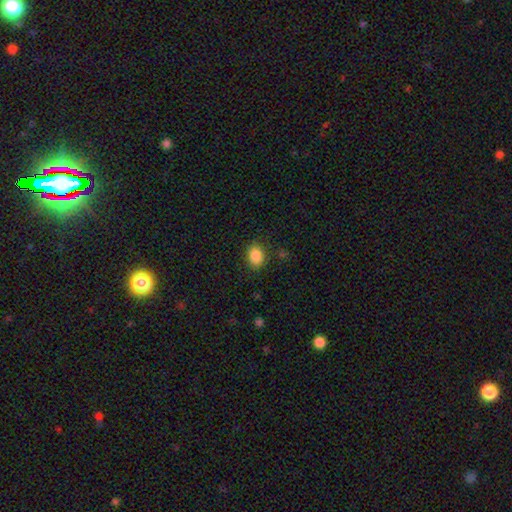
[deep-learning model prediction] Smooth or featured? smooth (87%)
How rounded? in between (62%)
Merging? none (84%)